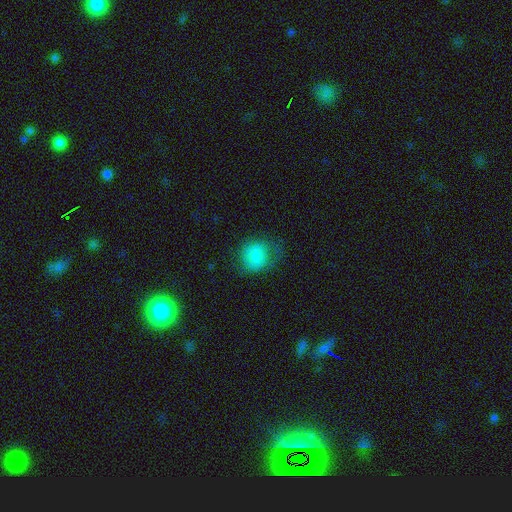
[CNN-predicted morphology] A smooth galaxy with no disk features (79%) that is round (71%).

Vote fractions:
- Smooth or featured? smooth: 79% / featured or disk: 12% / star or artifact: 9%
- How rounded? round: 71% / in between: 28% / cigar-shaped: 1%
- Merging? none: 54% / minor disturbance: 26% / major disturbance: 18% / merger: 1%